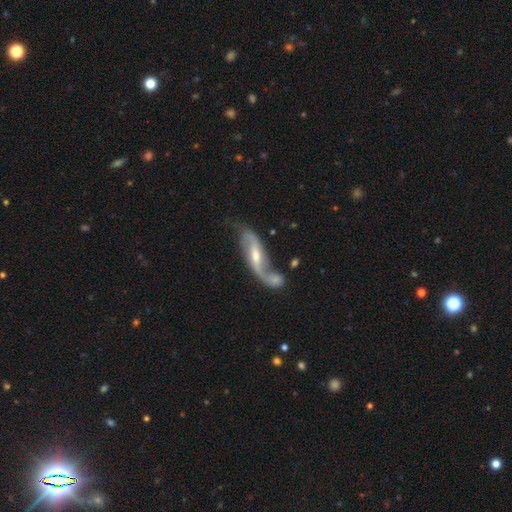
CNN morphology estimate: The model was most divided on "merging": none: 35%, merger: 32%, minor disturbance: 17%, major disturbance: 15%. Remaining: spiral arms — yes (90%); edge-on disk — no (87%); spiral arm count — 2 (85%); smooth or featured — featured or disk (82%); spiral winding — loose (77%); bulge size — moderate (51%); bar — weak (43%).